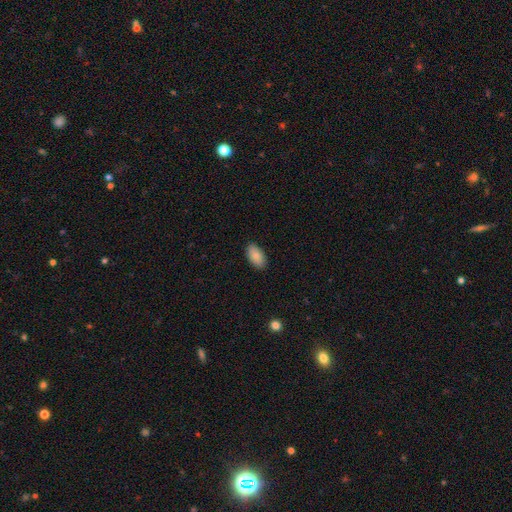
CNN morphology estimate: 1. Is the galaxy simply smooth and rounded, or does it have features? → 88% smooth, 7% star or artifact, 5% featured or disk.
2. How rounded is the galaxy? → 94% in between, 3% round, 3% cigar-shaped.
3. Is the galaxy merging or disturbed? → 88% none, 9% minor disturbance, 2% major disturbance, 1% merger.